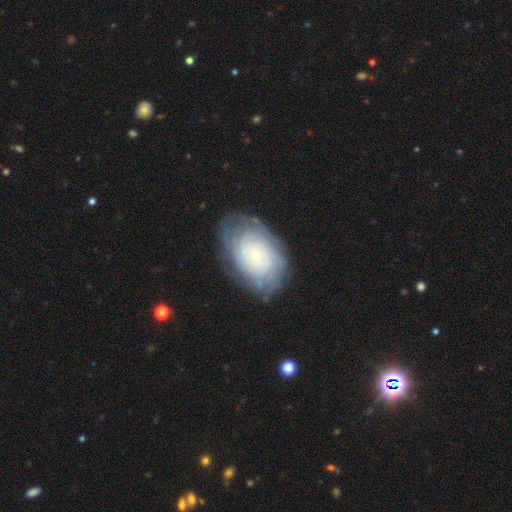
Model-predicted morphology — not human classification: Smooth or featured? Predicted: featured or disk (p=0.64). Edge-on disk? Predicted: no (p=0.96). Bar? Predicted: no (p=0.85). Spiral arms? Predicted: yes (p=0.81). Bulge size? Predicted: small (p=0.84). Merging? Predicted: none (p=0.75).